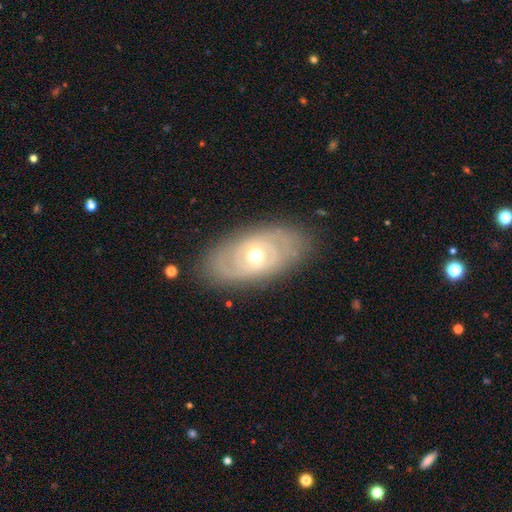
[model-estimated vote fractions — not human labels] A featured or disk galaxy (80%) with no bar (70%), 2 (50%) tight (67%) spiral arms (80%) and a moderate central bulge (67%). Merging: none (82%).